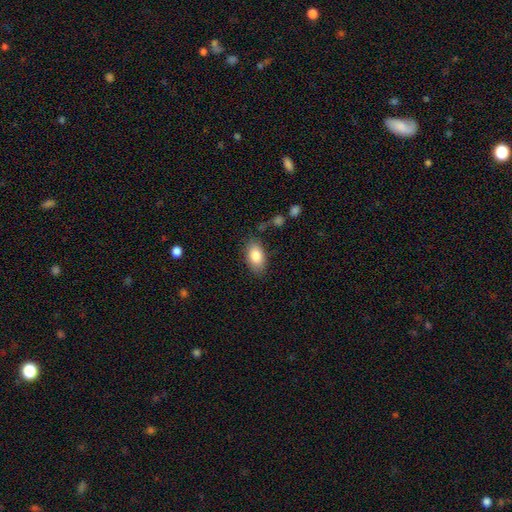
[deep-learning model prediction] Q: Smooth or featured?
A: smooth (83%); runner-up: featured or disk (10%)
Q: How rounded?
A: in between (91%); runner-up: round (6%)
Q: Merging?
A: none (81%); runner-up: minor disturbance (13%)